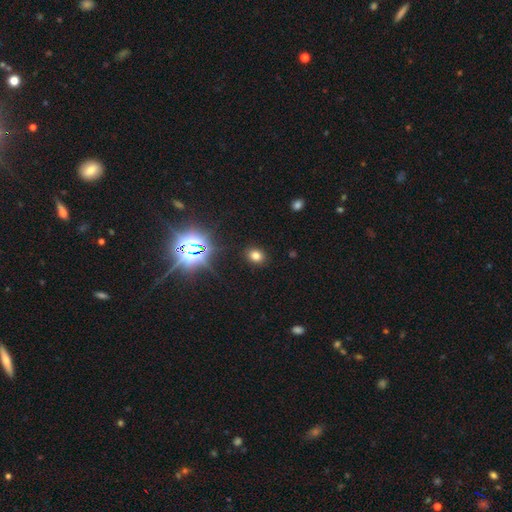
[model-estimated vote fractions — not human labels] Smooth or featured: smooth — 72% (star or artifact — 22%)
How rounded: round — 55% (in between — 44%)
Merging: none — 88% (minor disturbance — 7%)